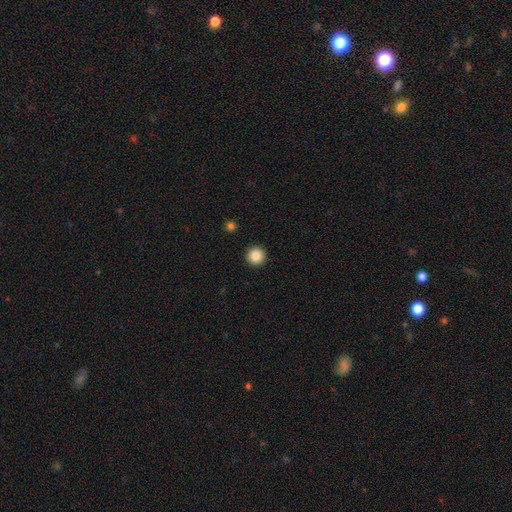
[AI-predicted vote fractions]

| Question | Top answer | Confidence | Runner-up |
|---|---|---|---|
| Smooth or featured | smooth | 87% | star or artifact (9%) |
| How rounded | round | 96% | in between (3%) |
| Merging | none | 94% | minor disturbance (4%) |